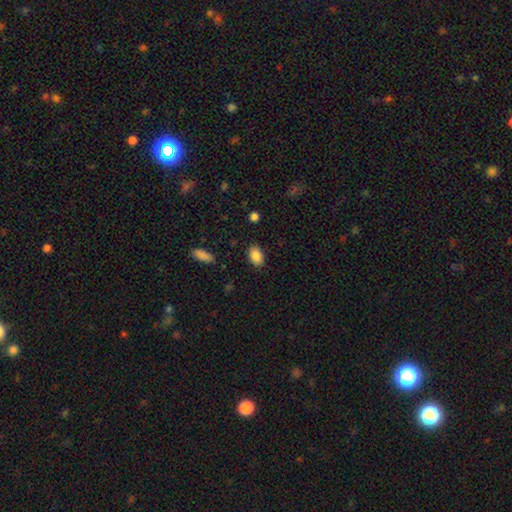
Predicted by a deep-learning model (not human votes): This appears to be a smooth galaxy with no disk features (88%) that is in between round and cigar-shaped (88%). Merging: none (86%).